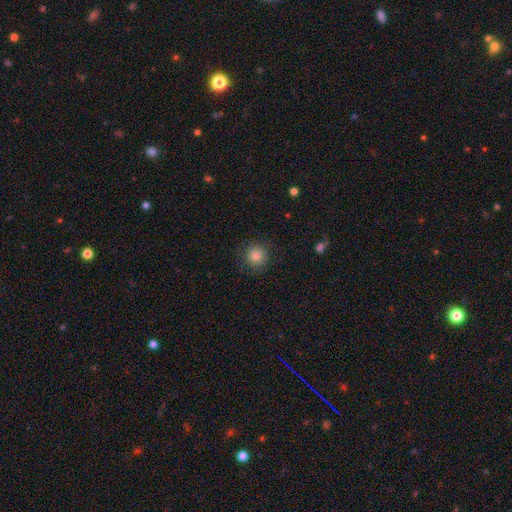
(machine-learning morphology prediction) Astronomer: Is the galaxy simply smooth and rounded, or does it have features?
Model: smooth — 84%.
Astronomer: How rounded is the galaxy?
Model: round — 94%.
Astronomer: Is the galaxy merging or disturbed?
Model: none — 87%.